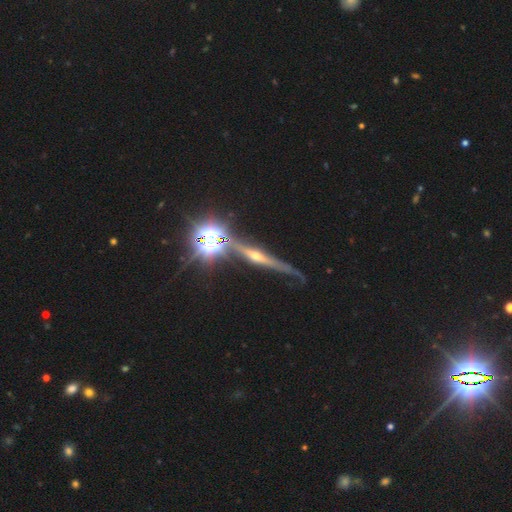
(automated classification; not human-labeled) Morphology: type=featured or disk (71%); edge-on=yes (94%); edge-on bulge=rounded (87%); merging=none (76%).